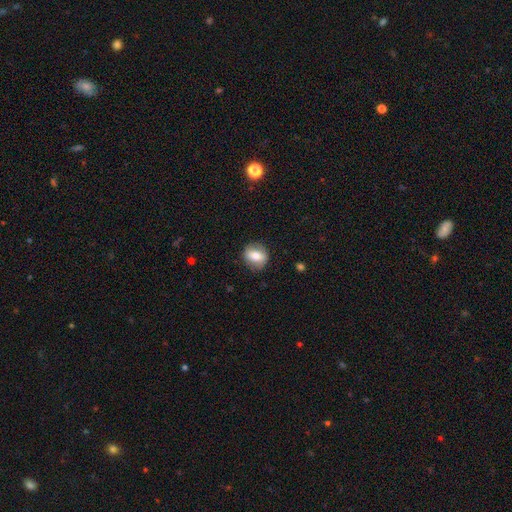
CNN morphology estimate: Overall: smooth (66%; featured or disk 26%). How rounded: round (67%; in between 31%). Merging: none (84%).